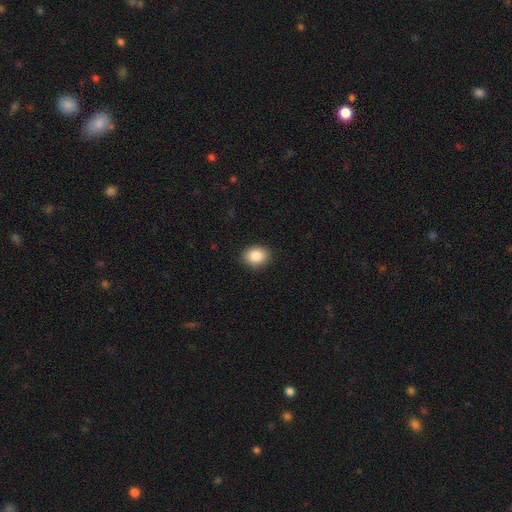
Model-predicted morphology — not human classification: This appears to be a smooth galaxy with no disk features (87%) that is in between round and cigar-shaped (52%). Merging: none (89%).